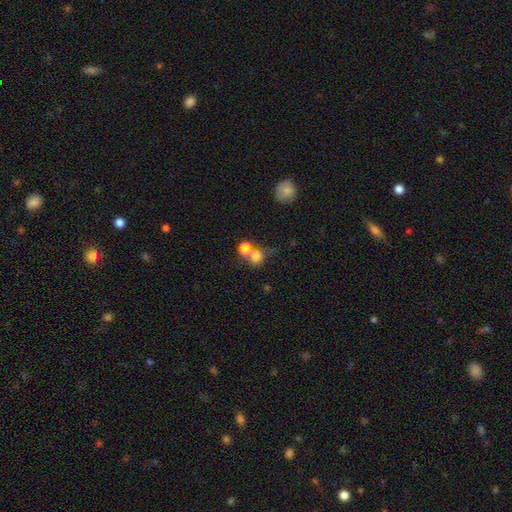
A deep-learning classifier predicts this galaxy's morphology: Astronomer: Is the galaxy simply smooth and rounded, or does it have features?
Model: smooth — 68%.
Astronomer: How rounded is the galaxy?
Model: round — 76%.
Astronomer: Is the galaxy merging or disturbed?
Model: merger — 43% (runner-up: none, 38%).